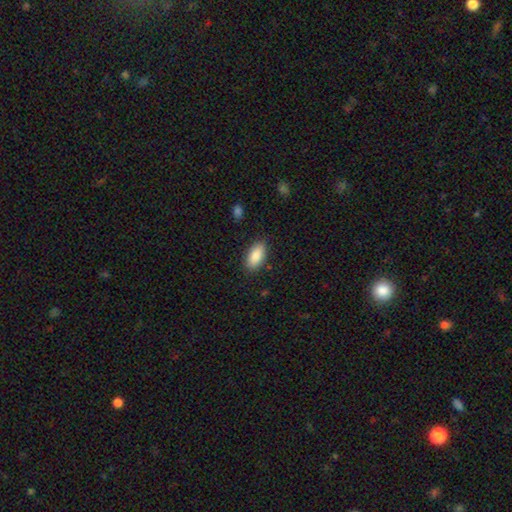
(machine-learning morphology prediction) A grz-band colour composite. It shows a smooth galaxy with no disk features (88%) that is in between round and cigar-shaped (92%). Merging: none (86%).